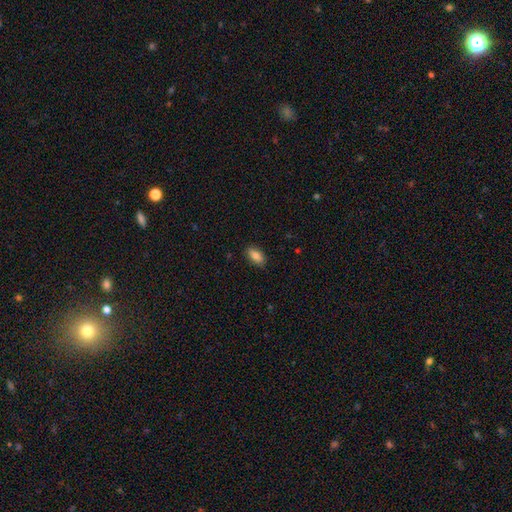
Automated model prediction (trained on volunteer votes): Smooth or featured?
  - smooth: 86% *
  - star or artifact: 7%
  - featured or disk: 6%
How rounded?
  - in between: 90% *
  - cigar-shaped: 6%
  - round: 3%
Merging?
  - none: 87% *
  - minor disturbance: 10%
  - major disturbance: 2%
  - merger: 1%